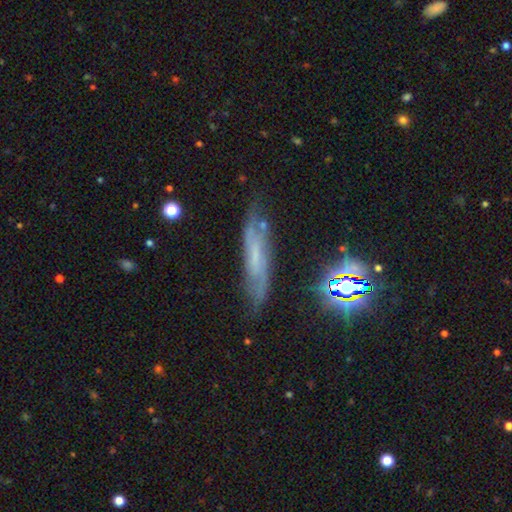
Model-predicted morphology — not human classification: This appears to be a featured or disk galaxy (55%). Merging: none (69%).